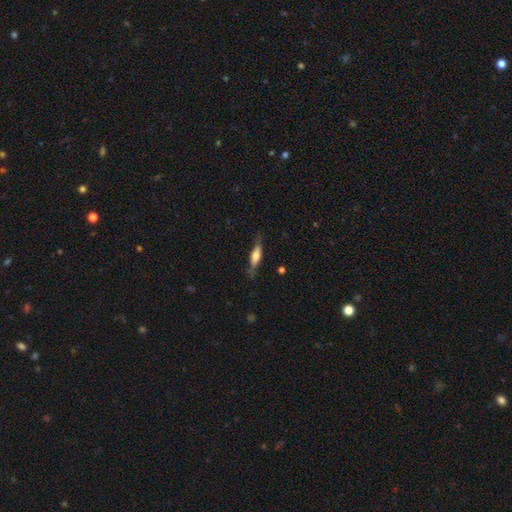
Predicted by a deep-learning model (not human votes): This is possibly a smooth galaxy (58%). How rounded: likely cigar-shaped (63%). Merging: likely none (73%).